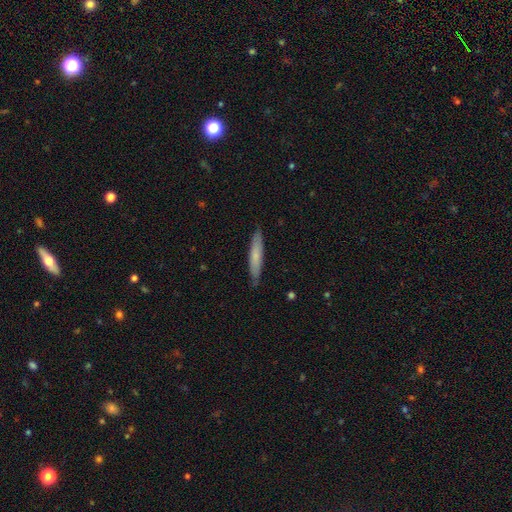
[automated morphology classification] Smooth or featured?
  - smooth: 66% *
  - featured or disk: 28%
  - star or artifact: 6%
How rounded?
  - cigar-shaped: 91% *
  - in between: 8%
  - round: 1%
Merging?
  - none: 86% *
  - minor disturbance: 11%
  - major disturbance: 2%
  - merger: 1%